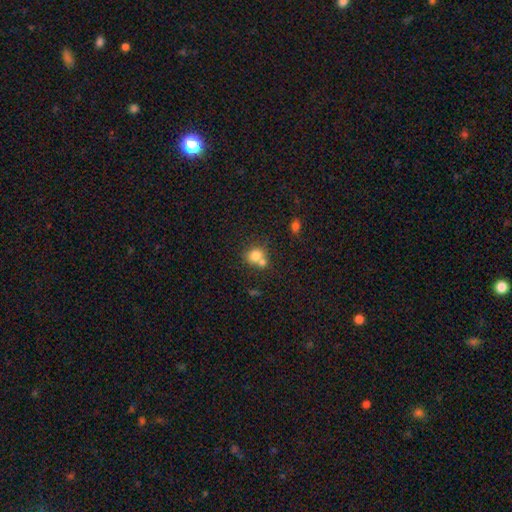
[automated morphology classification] Smooth or featured? smooth (76%)
How rounded? round (72%)
Merging? merger (47%)